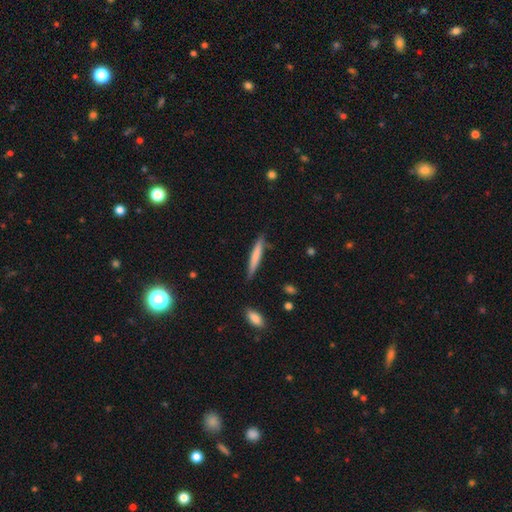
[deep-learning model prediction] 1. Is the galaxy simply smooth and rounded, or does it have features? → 73% smooth, 21% featured or disk, 6% star or artifact.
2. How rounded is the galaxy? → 93% cigar-shaped, 5% in between, 1% round.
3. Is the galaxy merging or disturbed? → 83% none, 13% minor disturbance, 2% major disturbance, 2% merger.